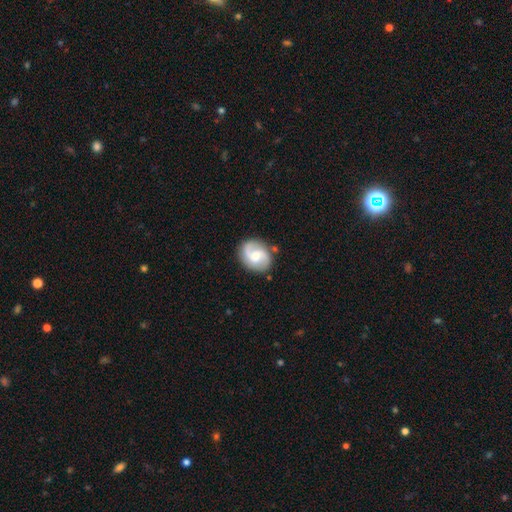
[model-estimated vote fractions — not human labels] A featured or disk galaxy (77%) with no bar (46%), 2 (90%) medium (48%) spiral arms (95%) and a moderate central bulge (56%). Merging: none (82%).